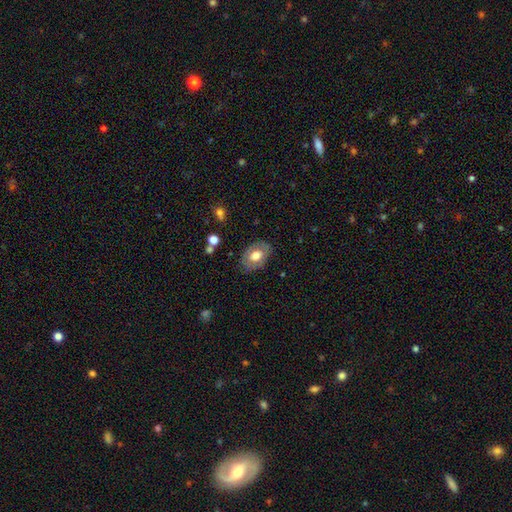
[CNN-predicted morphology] Smooth or featured? Predicted: smooth (p=0.58). How rounded? Predicted: in between (p=0.82). Merging? Predicted: none (p=0.77).